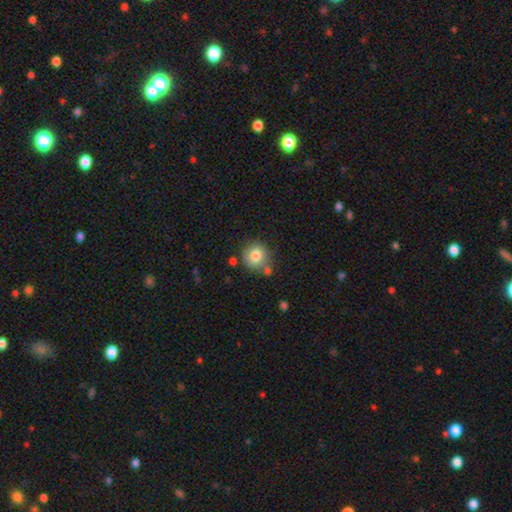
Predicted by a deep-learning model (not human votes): Overall: smooth (80%). How rounded: round (85%). Merging: none (64%).